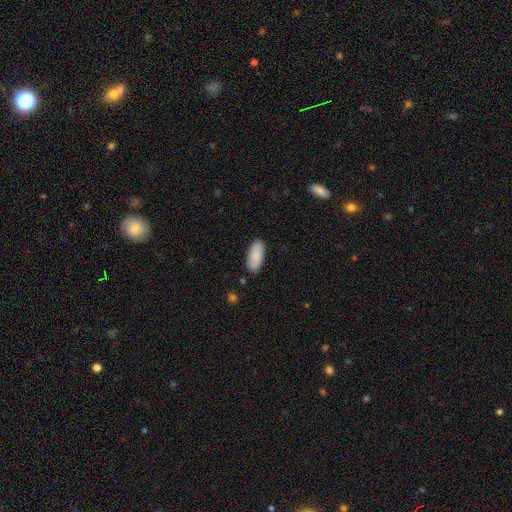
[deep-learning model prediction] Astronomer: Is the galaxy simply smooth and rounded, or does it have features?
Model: smooth — 89%.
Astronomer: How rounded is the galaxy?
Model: in between — 86%.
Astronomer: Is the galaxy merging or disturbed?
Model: none — 88%.